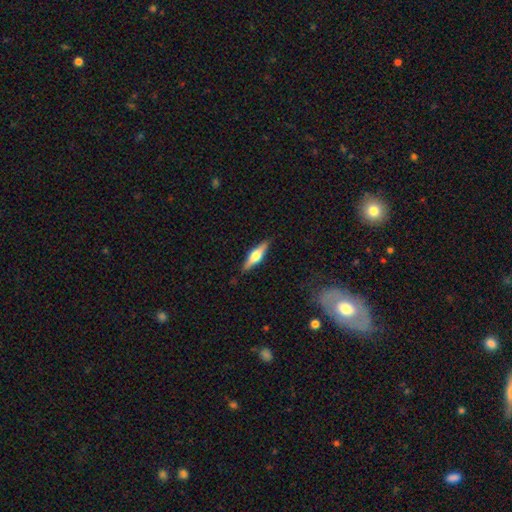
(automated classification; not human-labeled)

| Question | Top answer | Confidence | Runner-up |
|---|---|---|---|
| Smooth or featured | featured or disk | 56% | smooth (38%) |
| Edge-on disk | yes | 95% | no (5%) |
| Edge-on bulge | rounded | 91% | boxy (7%) |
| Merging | none | 88% | minor disturbance (9%) |